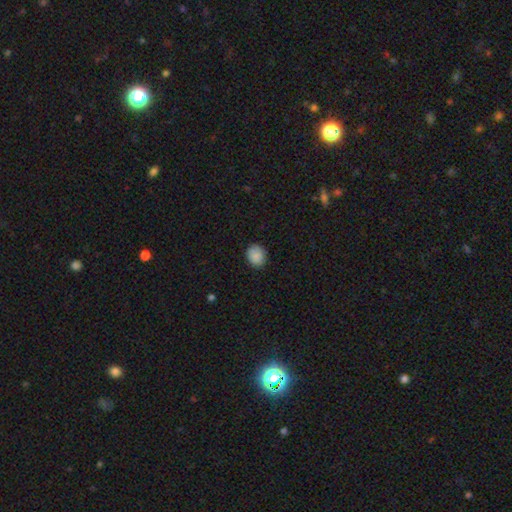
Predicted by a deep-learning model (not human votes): A smooth galaxy with no disk features (88%) that is round (69%). Merging: none (86%).